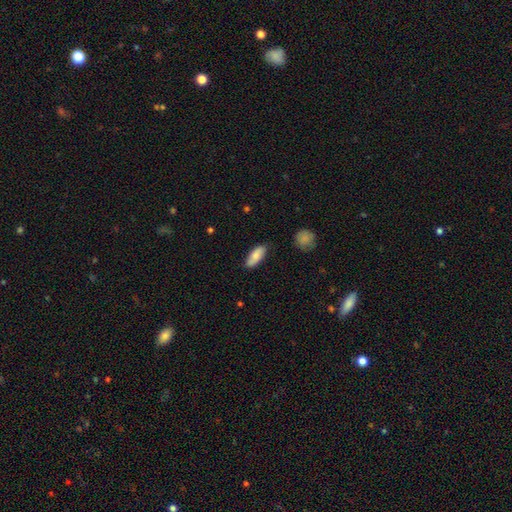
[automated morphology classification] Smooth or featured?
  - smooth: 77% *
  - featured or disk: 17%
  - star or artifact: 6%
How rounded?
  - in between: 80% *
  - cigar-shaped: 17%
  - round: 2%
Merging?
  - none: 81% *
  - minor disturbance: 15%
  - major disturbance: 3%
  - merger: 2%